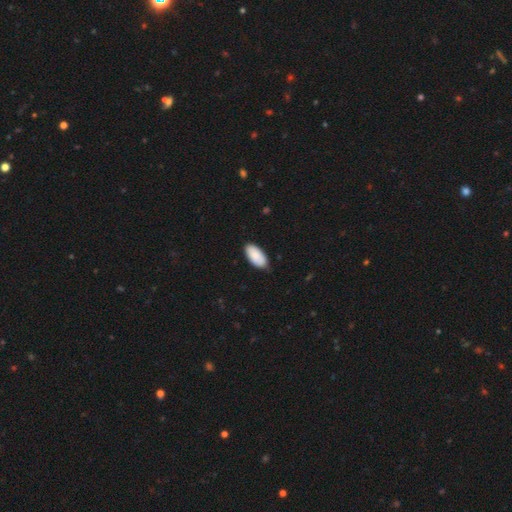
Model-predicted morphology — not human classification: A smooth galaxy with no disk features (87%) that is in between round and cigar-shaped (95%). Merging: none (84%).